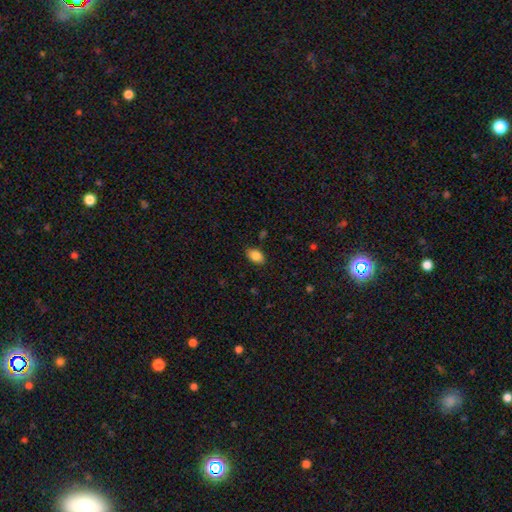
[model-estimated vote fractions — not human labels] smooth 86%, star or artifact 8%, featured or disk 6%. Down the decision tree: how rounded — in between (88%); merging — none (85%).